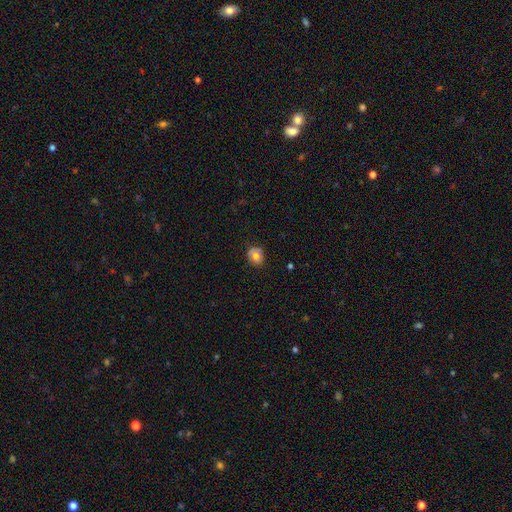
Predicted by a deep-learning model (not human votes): smooth-or-featured: smooth: 67% | featured or disk: 24% | star or artifact: 9%
  how-rounded: round: 65% | in between: 34% | cigar-shaped: 1%
  merging: none: 75% | minor disturbance: 20% | major disturbance: 4% | merger: 1%